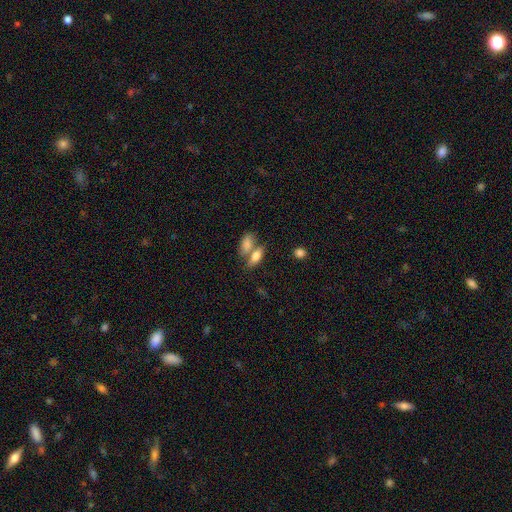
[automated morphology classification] smooth_or_featured: smooth (p=0.77) [alt: featured or disk p=0.15]
how_rounded: in between (p=0.80) [alt: cigar-shaped p=0.15]
merging: merger (p=0.45) [alt: none p=0.41]